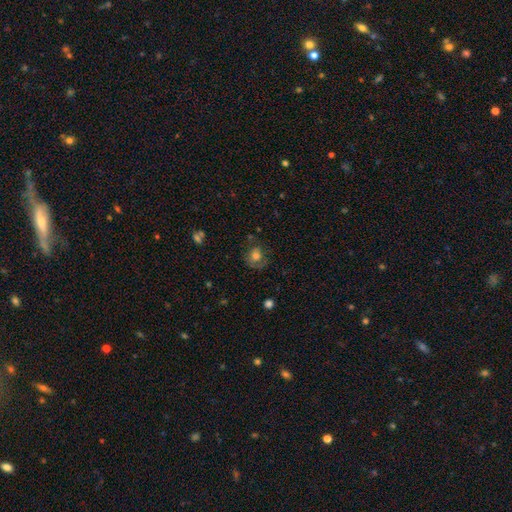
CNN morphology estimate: Smooth or featured: smooth — 60% (featured or disk — 30%)
How rounded: round — 68% (in between — 31%)
Merging: none — 55% (minor disturbance — 23%)